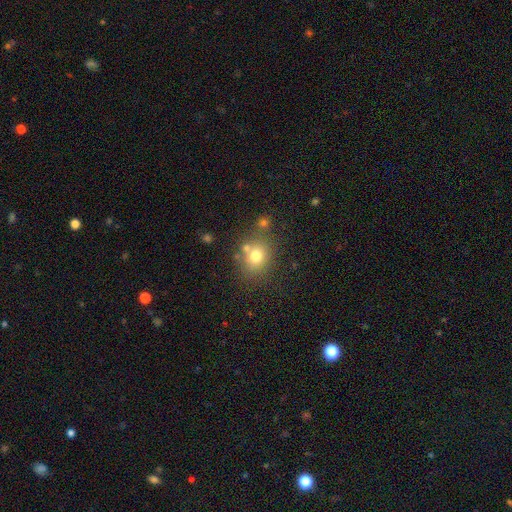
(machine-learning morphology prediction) Smooth or featured?
  - smooth: 74% *
  - star or artifact: 13%
  - featured or disk: 12%
How rounded?
  - round: 66% *
  - in between: 33%
  - cigar-shaped: 1%
Merging?
  - none: 65% *
  - merger: 16%
  - minor disturbance: 13%
  - major disturbance: 5%